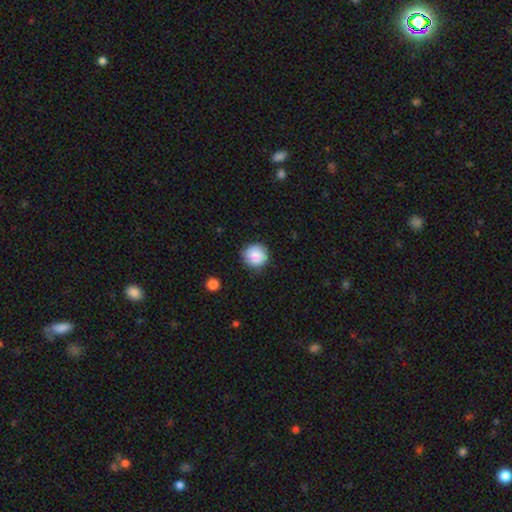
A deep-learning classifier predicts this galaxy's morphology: smooth 88%, star or artifact 8%, featured or disk 4%. Down the decision tree: how rounded — round (93%); merging — none (87%).